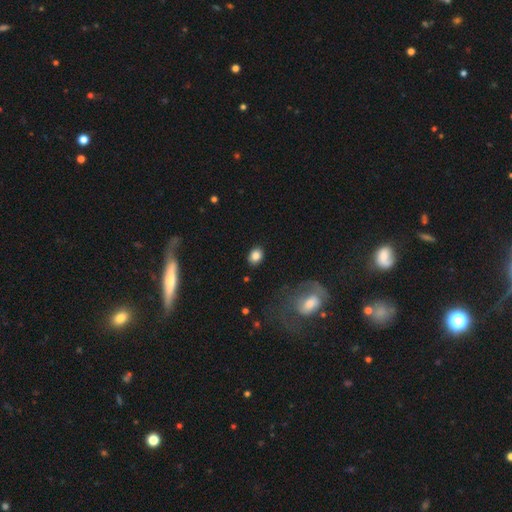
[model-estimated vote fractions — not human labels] Q: Smooth or featured?
A: smooth (84%); runner-up: star or artifact (9%)
Q: How rounded?
A: in between (55%); runner-up: round (44%)
Q: Merging?
A: none (87%); runner-up: minor disturbance (9%)